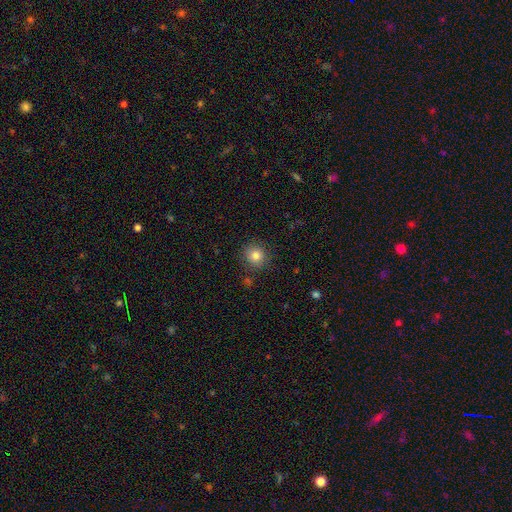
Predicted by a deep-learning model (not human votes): smooth 82%, star or artifact 12%, featured or disk 7%. Down the decision tree: how rounded — round (91%); merging — none (87%).